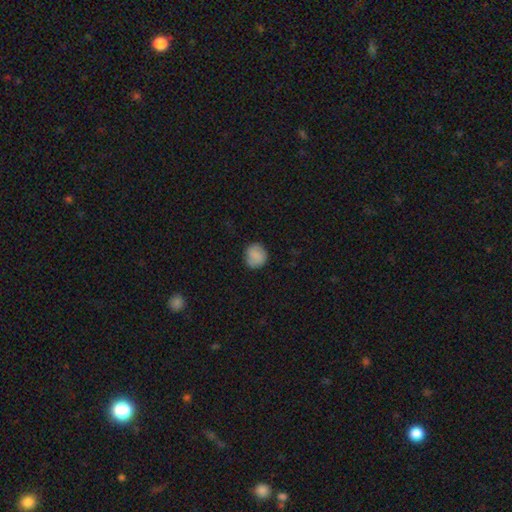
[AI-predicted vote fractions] smooth-or-featured: smooth: 86% | star or artifact: 8% | featured or disk: 6%
  how-rounded: round: 88% | in between: 11% | cigar-shaped: 1%
  merging: none: 87% | minor disturbance: 10% | major disturbance: 2% | merger: 1%